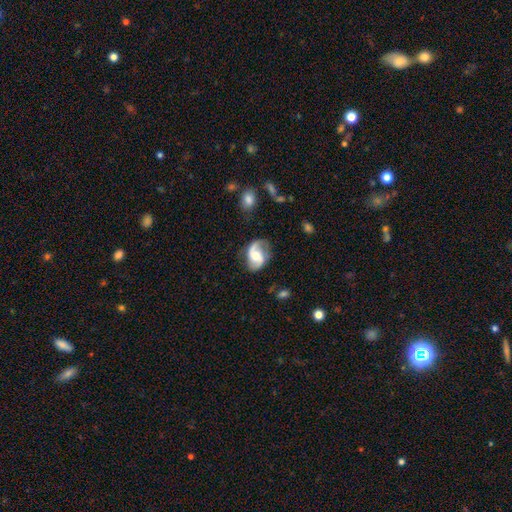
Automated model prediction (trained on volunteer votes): Smooth or featured? Predicted: featured or disk (p=0.79). Edge-on disk? Predicted: no (p=0.98). Bar? Predicted: no (p=0.46). Spiral arms? Predicted: yes (p=0.95). Spiral winding? Predicted: loose (p=0.53). Spiral arm count? Predicted: 2 (p=0.88). Bulge size? Predicted: moderate (p=0.59). Merging? Predicted: none (p=0.71).